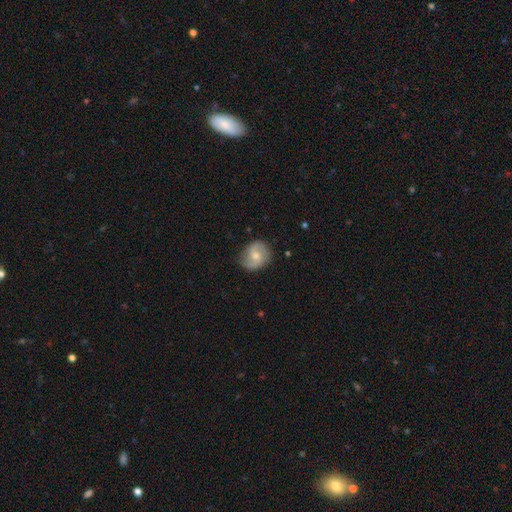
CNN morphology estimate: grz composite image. It shows a featured or disk galaxy (60%) with no bar (52%), 2 (84%) medium (47%) spiral arms (90%) and a moderate central bulge (60%). Merging: none (75%).